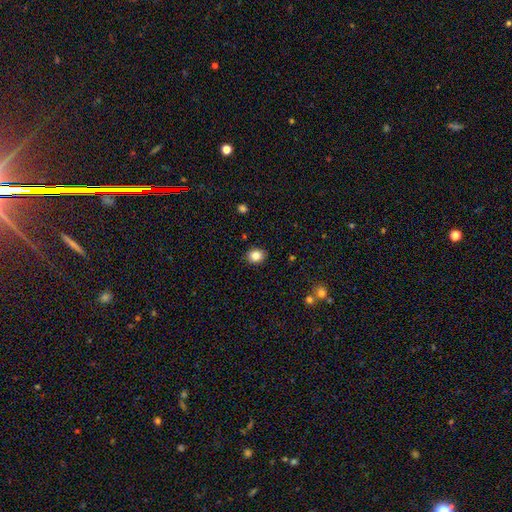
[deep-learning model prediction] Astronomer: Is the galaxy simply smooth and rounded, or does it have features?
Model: smooth — 84%.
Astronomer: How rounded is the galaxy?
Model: round — 65%.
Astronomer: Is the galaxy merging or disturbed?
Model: none — 89%.